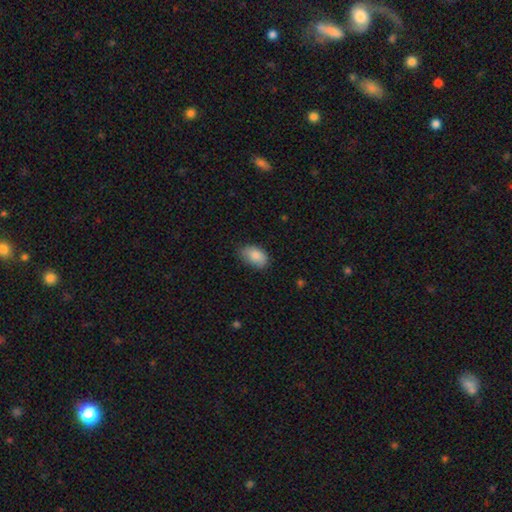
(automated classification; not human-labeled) Smooth or featured? Predicted: smooth (p=0.86). How rounded? Predicted: in between (p=0.91). Merging? Predicted: none (p=0.72).